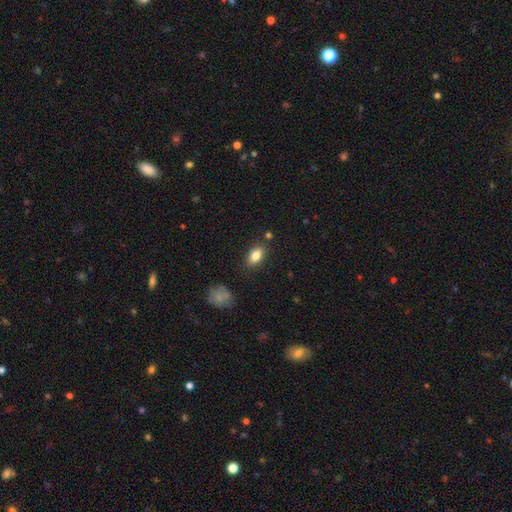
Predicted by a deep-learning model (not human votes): This appears to be a smooth galaxy with no disk features (83%) that is in between round and cigar-shaped (88%). Merging: none (84%).